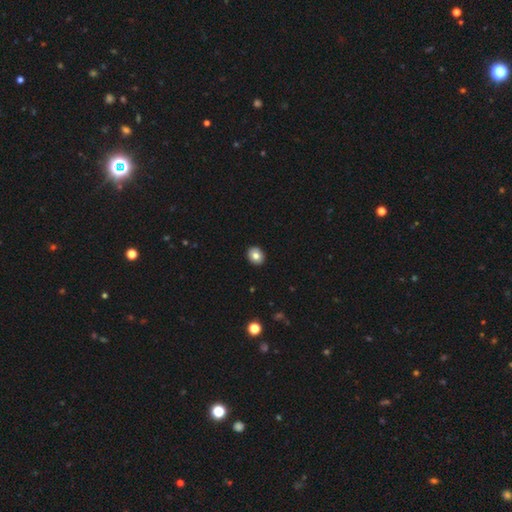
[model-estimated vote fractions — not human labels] smooth-or-featured: smooth: 80% | featured or disk: 11% | star or artifact: 9%
  how-rounded: round: 68% | in between: 31% | cigar-shaped: 1%
  merging: none: 91% | minor disturbance: 6% | major disturbance: 1% | merger: 1%